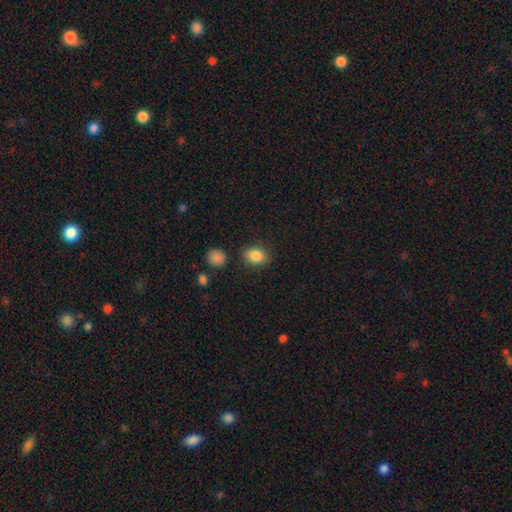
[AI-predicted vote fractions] The model was most divided on "how rounded": in between: 70%, round: 29%, cigar-shaped: 1%. More confident: smooth or featured — smooth (85%); merging — none (83%).